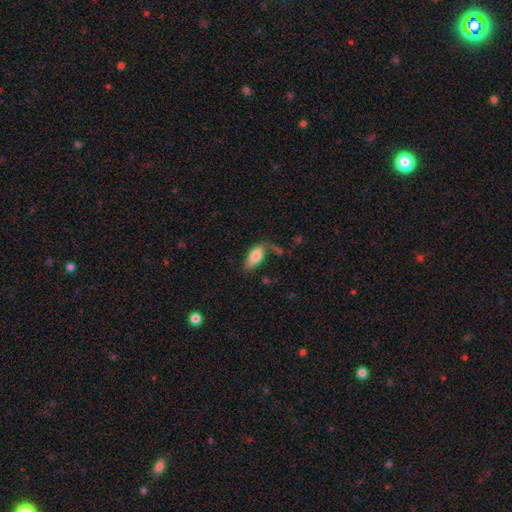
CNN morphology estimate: Smooth or featured: smooth — 79% (featured or disk — 15%)
How rounded: in between — 89% (cigar-shaped — 8%)
Merging: none — 59% (minor disturbance — 25%)